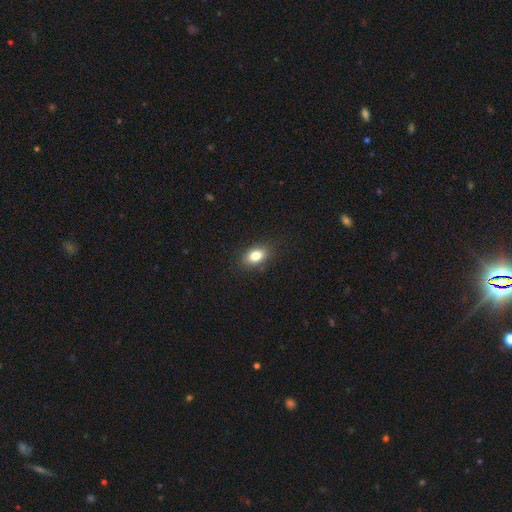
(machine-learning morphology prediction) Smooth or featured: smooth — 82% (star or artifact — 9%)
How rounded: in between — 82% (round — 16%)
Merging: none — 86% (minor disturbance — 11%)